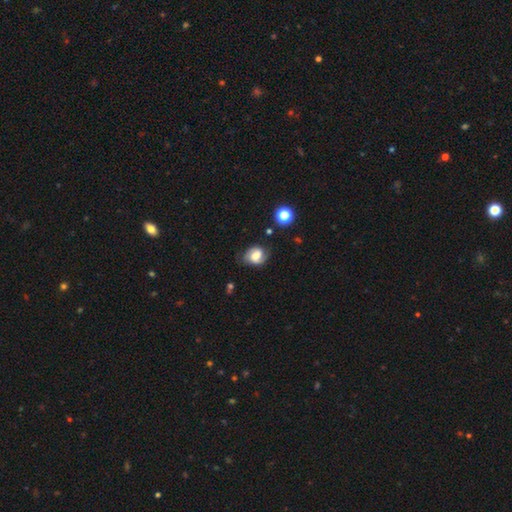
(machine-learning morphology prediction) This appears to be a featured or disk galaxy (56%) with a weak bar (46%), spiral arms (88%) and a moderate central bulge (44%). Merging: none (71%).